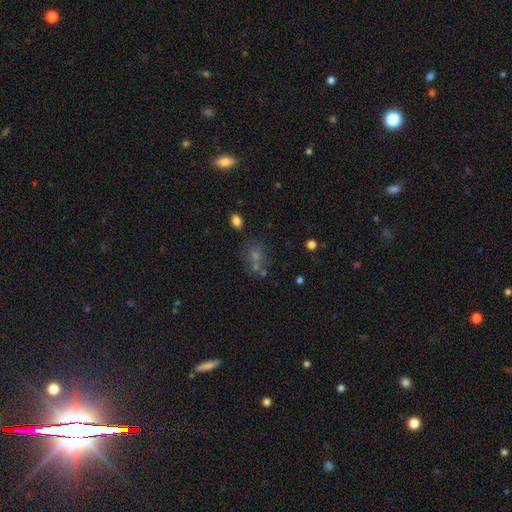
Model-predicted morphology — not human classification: smooth_or_featured: smooth (p=0.47) [alt: star or artifact p=0.35]
merging: none (p=0.62) [alt: merger p=0.17]